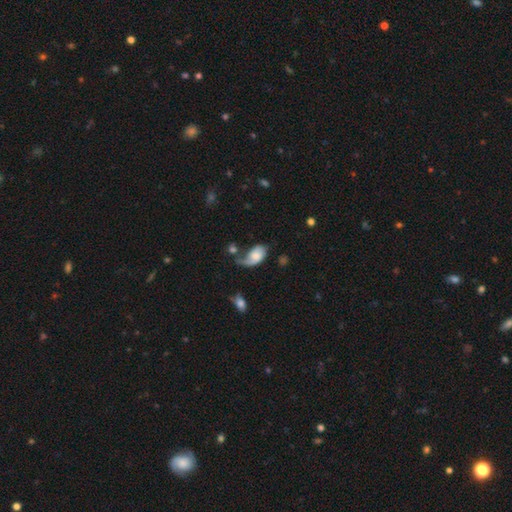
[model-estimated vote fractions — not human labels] featured or disk 51%, smooth 41%, star or artifact 8%. Down the decision tree: edge-on disk — no (96%); merging — major disturbance (35%).